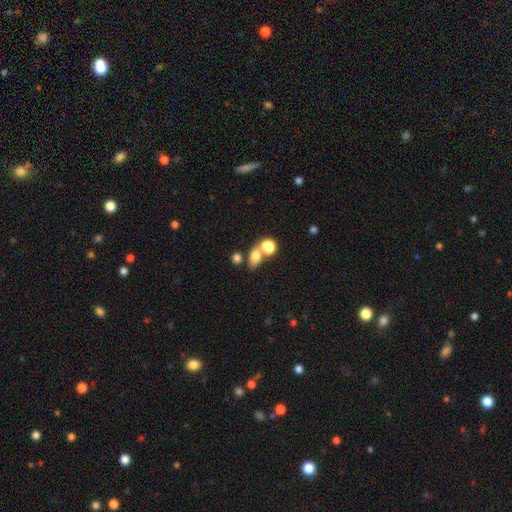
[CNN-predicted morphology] smooth-or-featured: smooth: 76% | star or artifact: 14% | featured or disk: 10%
  how-rounded: in between: 67% | round: 30% | cigar-shaped: 2%
  merging: none: 50% | merger: 35% | minor disturbance: 10% | major disturbance: 5%